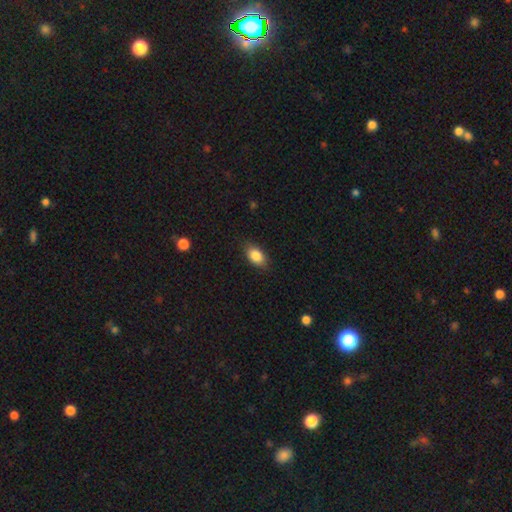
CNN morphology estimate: Smooth or featured?
  - smooth: 86% *
  - star or artifact: 7%
  - featured or disk: 6%
How rounded?
  - in between: 88% *
  - round: 9%
  - cigar-shaped: 2%
Merging?
  - none: 84% *
  - minor disturbance: 13%
  - major disturbance: 3%
  - merger: 1%